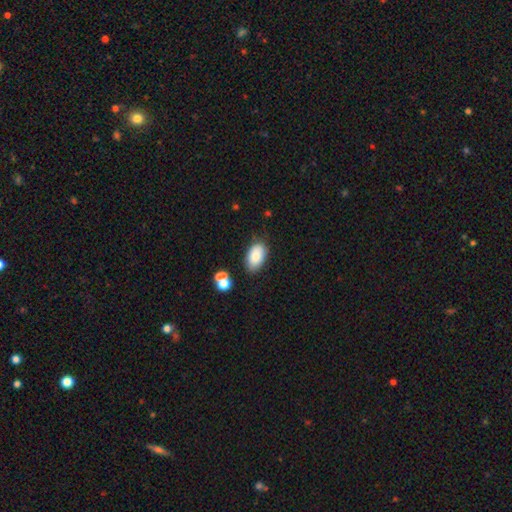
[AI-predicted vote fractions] Smooth or featured? Predicted: smooth (p=0.82). How rounded? Predicted: in between (p=0.93). Merging? Predicted: none (p=0.76).